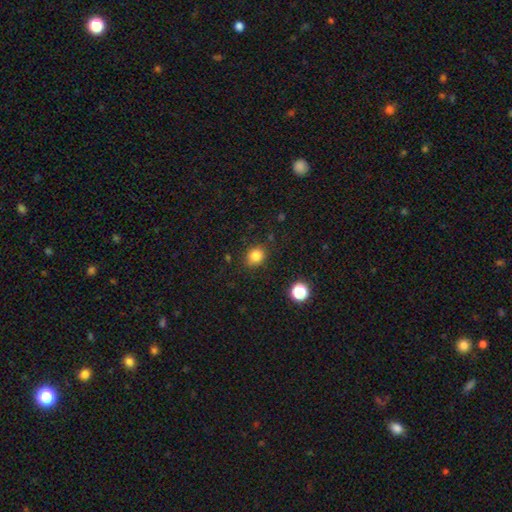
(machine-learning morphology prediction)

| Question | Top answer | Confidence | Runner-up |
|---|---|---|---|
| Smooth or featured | smooth | 83% | star or artifact (12%) |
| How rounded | round | 72% | in between (27%) |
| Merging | none | 83% | minor disturbance (11%) |